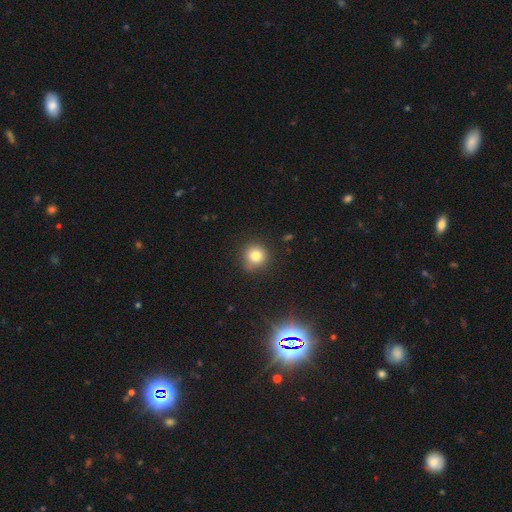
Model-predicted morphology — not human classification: The model was most divided on "smooth or featured": smooth: 80%, star or artifact: 13%, featured or disk: 7%. More confident: how rounded — round (92%); merging — none (82%).